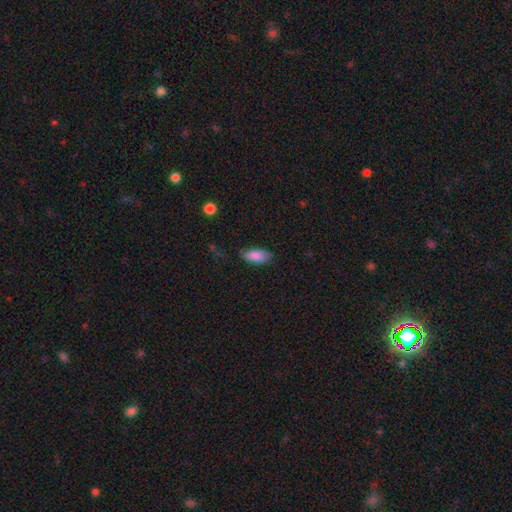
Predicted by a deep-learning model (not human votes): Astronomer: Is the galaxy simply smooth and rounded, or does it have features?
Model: smooth — 86%.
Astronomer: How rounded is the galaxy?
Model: in between — 88%.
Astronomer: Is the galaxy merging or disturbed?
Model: none — 73%.